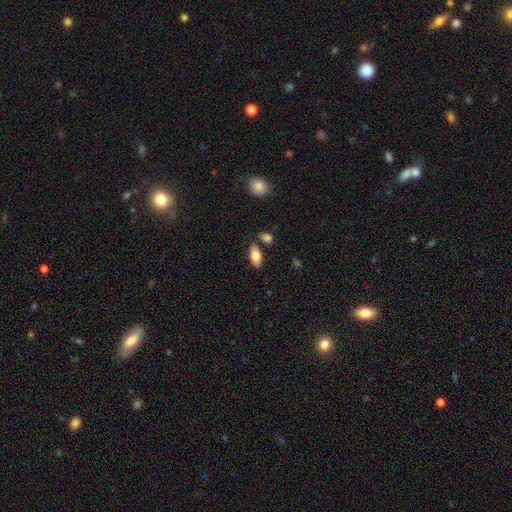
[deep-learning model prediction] Morphology: type=smooth (79%); roundness=in between (91%); merging=none (79%).